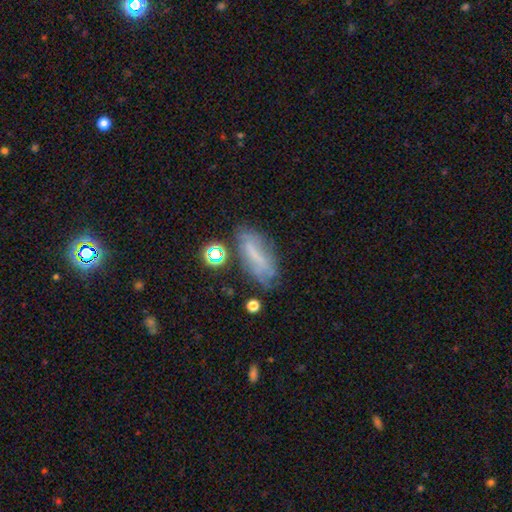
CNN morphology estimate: smooth 47%, featured or disk 39%, star or artifact 14%. Down the decision tree: merging — none (54%).